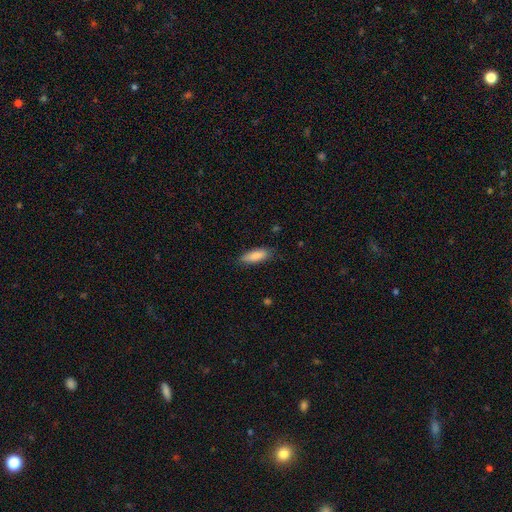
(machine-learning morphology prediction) This is clearly a smooth galaxy (86%). How rounded: likely in between (66%). Merging: clearly none (80%).